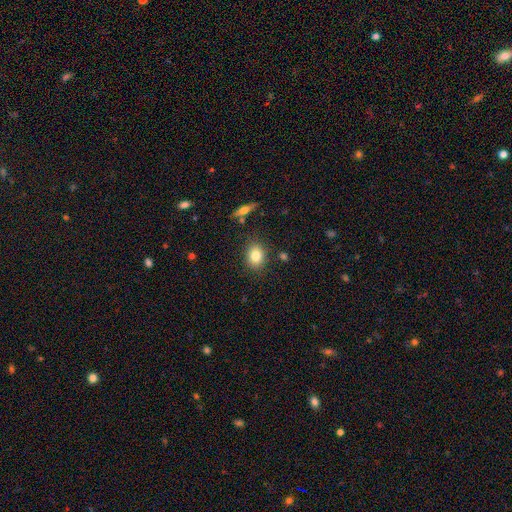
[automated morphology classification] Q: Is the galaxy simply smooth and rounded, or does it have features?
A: smooth — 82%.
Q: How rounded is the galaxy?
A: in between — 54%.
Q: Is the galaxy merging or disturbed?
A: none — 84%.